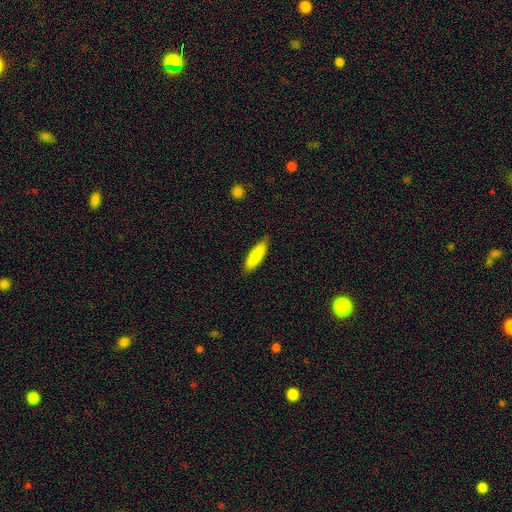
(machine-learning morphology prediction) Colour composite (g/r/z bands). It shows a smooth galaxy with no disk features (86%) that is cigar-shaped (69%). Merging: none (83%).